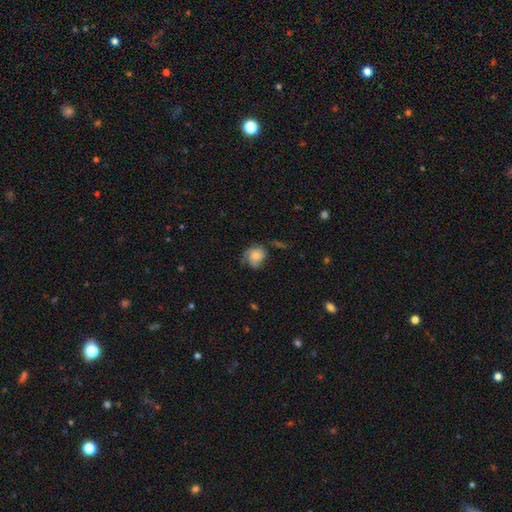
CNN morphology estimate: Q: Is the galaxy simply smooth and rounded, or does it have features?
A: smooth — 54%.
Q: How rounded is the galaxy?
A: round — 69%.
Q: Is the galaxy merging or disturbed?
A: none — 52%.